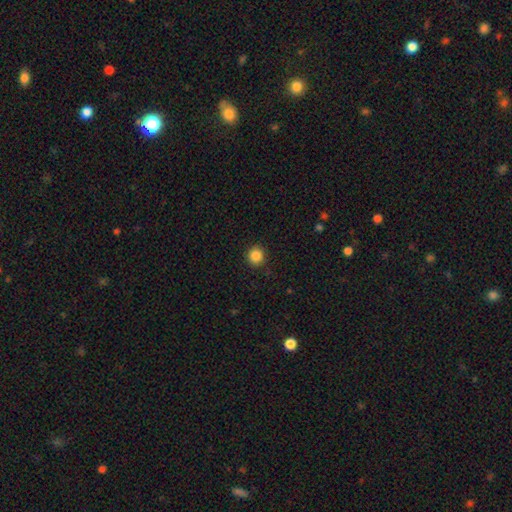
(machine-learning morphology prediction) smooth-or-featured: smooth: 87% | star or artifact: 10% | featured or disk: 3%
  how-rounded: round: 92% | in between: 7% | cigar-shaped: 1%
  merging: none: 91% | minor disturbance: 6% | major disturbance: 2% | merger: 1%